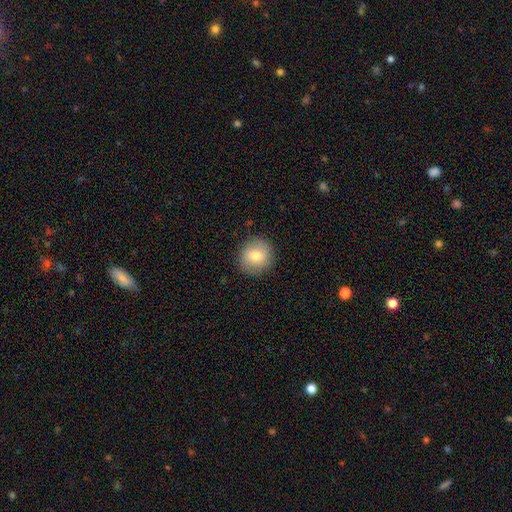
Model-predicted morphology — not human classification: smooth 75%, featured or disk 16%, star or artifact 9%. Down the decision tree: how rounded — round (91%); merging — none (88%).